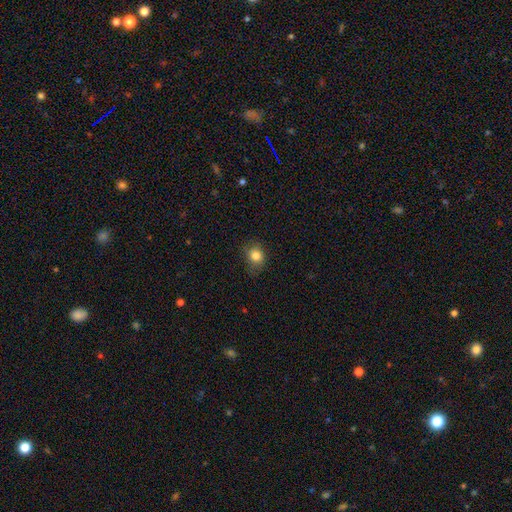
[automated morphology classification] The model was most divided on "how rounded": round: 66%, in between: 33%, cigar-shaped: 1%. More confident: smooth or featured — smooth (83%); merging — none (74%).